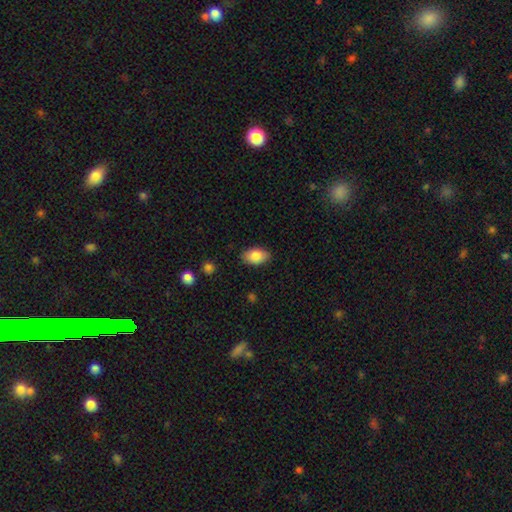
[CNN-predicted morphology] Overall: smooth (85%). How rounded: in between (91%). Merging: none (86%).